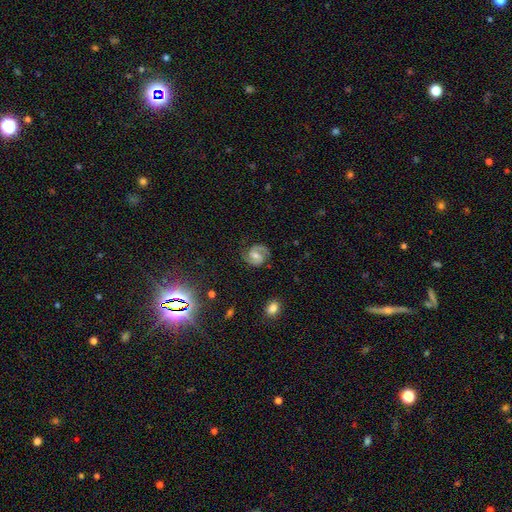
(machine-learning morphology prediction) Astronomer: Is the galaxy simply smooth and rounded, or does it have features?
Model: featured or disk — 82%.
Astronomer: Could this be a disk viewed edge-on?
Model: no — 98%.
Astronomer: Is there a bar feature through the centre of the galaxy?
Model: weak — 47% (runner-up: no, 36%).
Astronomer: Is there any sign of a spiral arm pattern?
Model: yes — 96%.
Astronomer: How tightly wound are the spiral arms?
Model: medium — 53% (runner-up: tight, 34%).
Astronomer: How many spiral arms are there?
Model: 2 — 91%.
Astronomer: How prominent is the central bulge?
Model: moderate — 57% (runner-up: small, 35%).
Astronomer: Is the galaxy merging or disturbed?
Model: none — 81%.